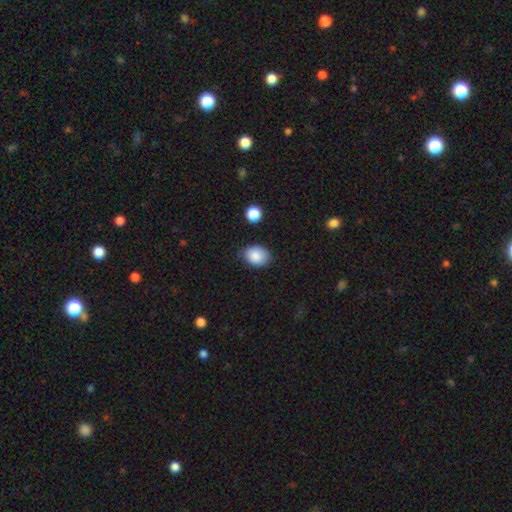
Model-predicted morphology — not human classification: Smooth or featured?
  - smooth: 87% *
  - star or artifact: 8%
  - featured or disk: 5%
How rounded?
  - in between: 59% *
  - round: 40%
  - cigar-shaped: 1%
Merging?
  - none: 75% *
  - minor disturbance: 19%
  - major disturbance: 4%
  - merger: 2%